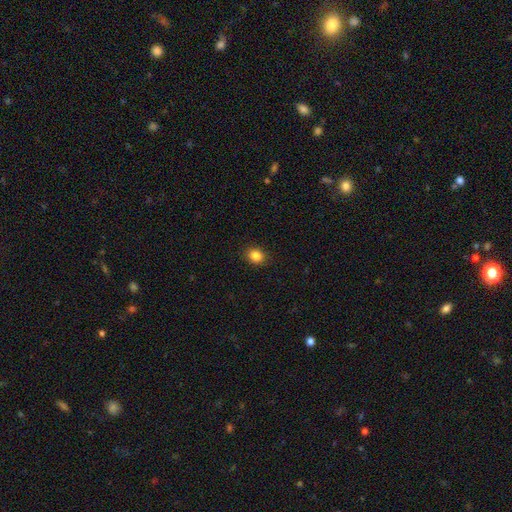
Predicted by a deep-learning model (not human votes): smooth-or-featured: smooth: 85% | star or artifact: 11% | featured or disk: 5%
  how-rounded: round: 57% | in between: 42% | cigar-shaped: 1%
  merging: none: 90% | minor disturbance: 7% | major disturbance: 2% | merger: 1%